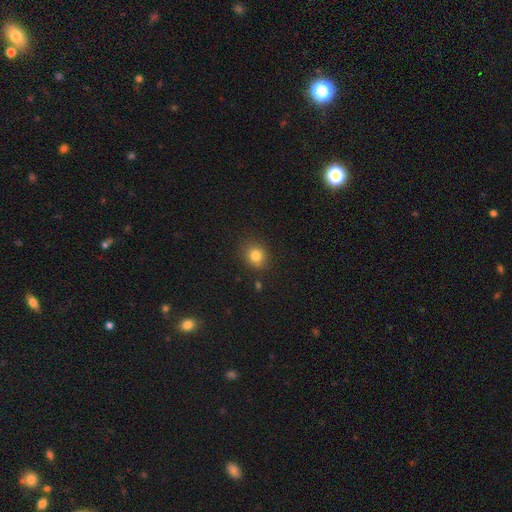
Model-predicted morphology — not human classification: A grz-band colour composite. It shows a smooth galaxy with no disk features (81%) that is round (73%). Merging: none (85%).